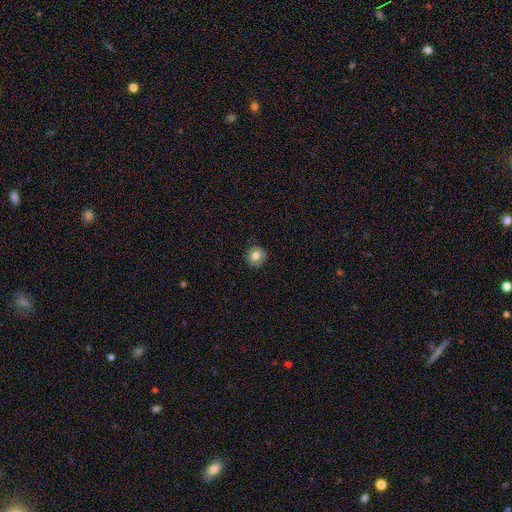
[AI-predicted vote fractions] A smooth galaxy with no disk features (70%) that is round (93%). Merging: none (86%).